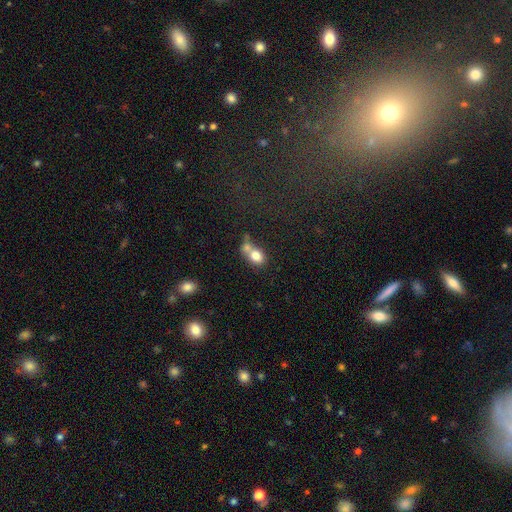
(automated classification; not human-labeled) Smooth or featured?
  - smooth: 76% *
  - featured or disk: 14%
  - star or artifact: 10%
How rounded?
  - in between: 56% *
  - round: 43%
  - cigar-shaped: 1%
Merging?
  - merger: 55% *
  - none: 29%
  - minor disturbance: 11%
  - major disturbance: 5%